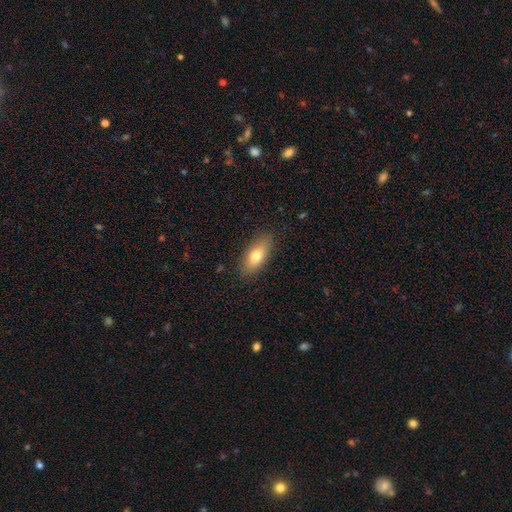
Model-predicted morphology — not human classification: Q: Smooth or featured?
A: smooth (72%); runner-up: featured or disk (20%)
Q: How rounded?
A: in between (77%); runner-up: cigar-shaped (18%)
Q: Merging?
A: none (86%); runner-up: minor disturbance (10%)